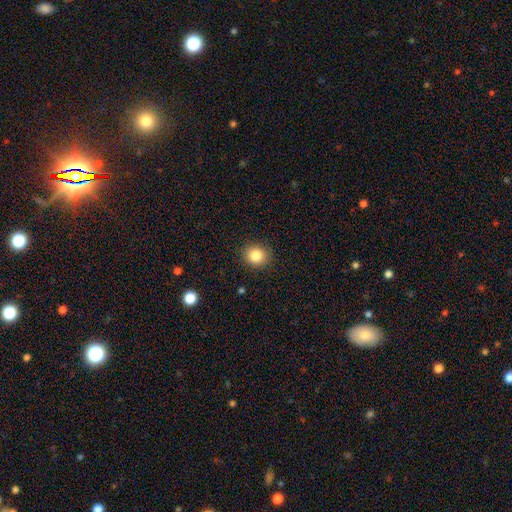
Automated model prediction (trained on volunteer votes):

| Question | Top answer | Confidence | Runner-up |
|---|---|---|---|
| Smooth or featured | smooth | 85% | star or artifact (10%) |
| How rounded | round | 78% | in between (21%) |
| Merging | none | 90% | minor disturbance (7%) |